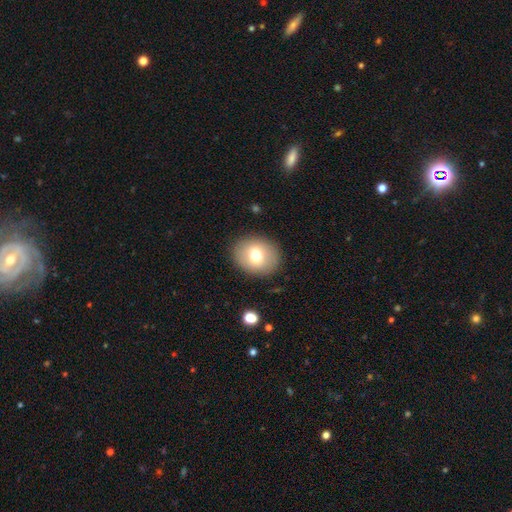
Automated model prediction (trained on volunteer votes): smooth_or_featured: smooth (p=0.72) [alt: featured or disk p=0.19]
how_rounded: round (p=0.56) [alt: in between p=0.43]
merging: none (p=0.88) [alt: minor disturbance p=0.08]